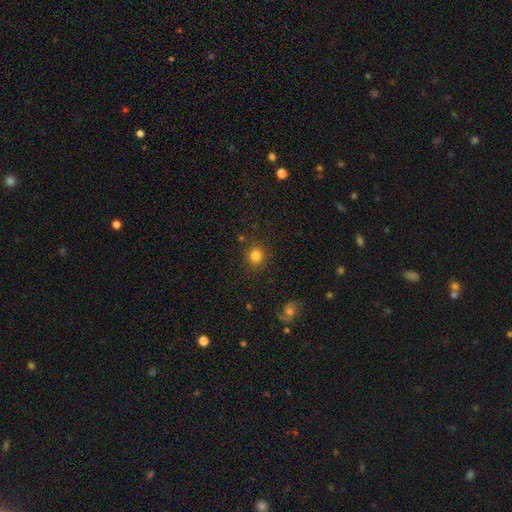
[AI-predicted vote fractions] Overall: smooth (82%). How rounded: round (91%). Merging: none (89%).